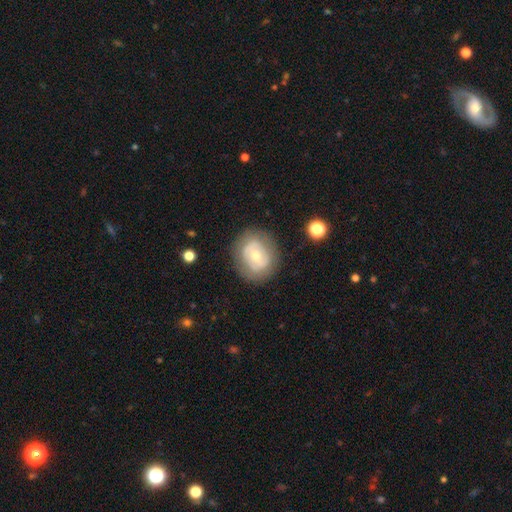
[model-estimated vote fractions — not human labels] Overall: featured or disk (50%; smooth 43%). Edge-on disk: no (96%). Merging: none (78%).